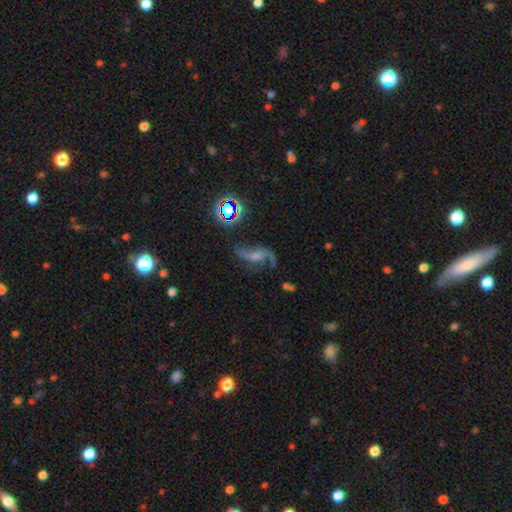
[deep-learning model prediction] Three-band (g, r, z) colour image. It shows a featured or disk galaxy (77%) with a weak bar (39%), 2 (89%) loose (75%) spiral arms (96%) and a small central bulge (46%). Merging: none (65%).